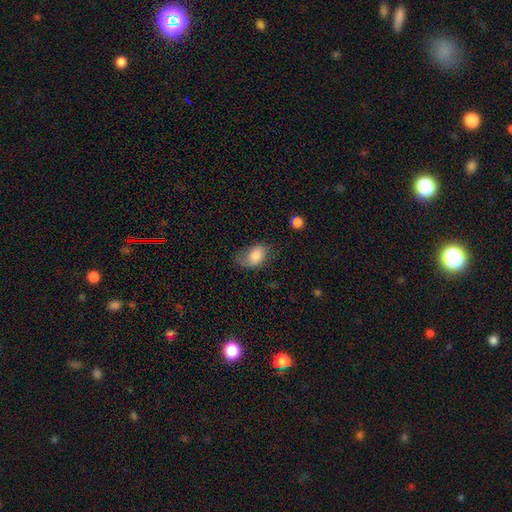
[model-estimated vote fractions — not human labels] Smooth or featured? Predicted: smooth (p=0.80). How rounded? Predicted: in between (p=0.87). Merging? Predicted: none (p=0.53).